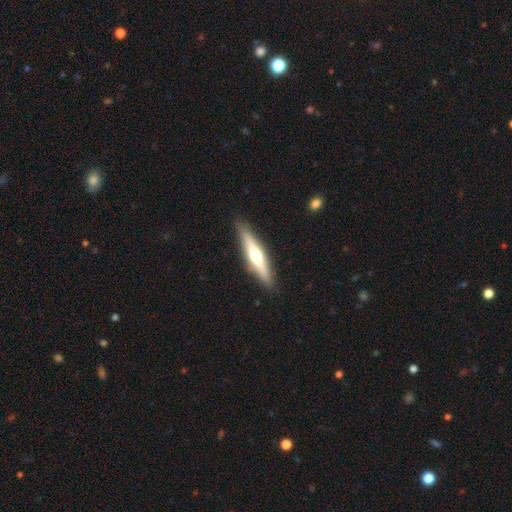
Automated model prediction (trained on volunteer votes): smooth_or_featured: featured or disk (p=0.54) [alt: smooth p=0.41]
disk_edge_on: yes (p=0.93) [alt: no p=0.07]
merging: none (p=0.89) [alt: minor disturbance p=0.08]